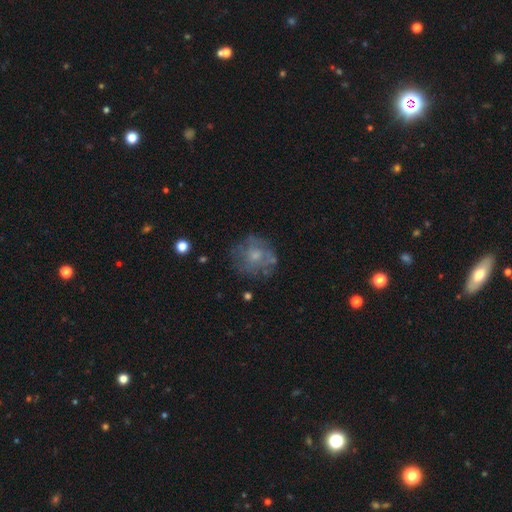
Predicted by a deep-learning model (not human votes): Morphology: type=smooth (45%); merging=none (65%).